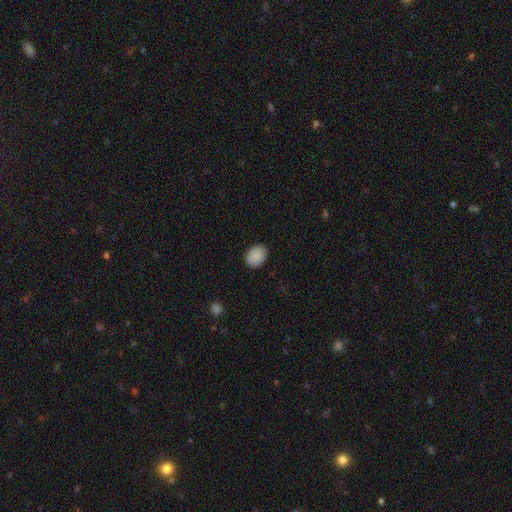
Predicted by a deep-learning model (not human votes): smooth-or-featured: smooth: 89% | star or artifact: 8% | featured or disk: 3%
  how-rounded: in between: 62% | round: 38% | cigar-shaped: 1%
  merging: none: 88% | minor disturbance: 9% | major disturbance: 2% | merger: 1%